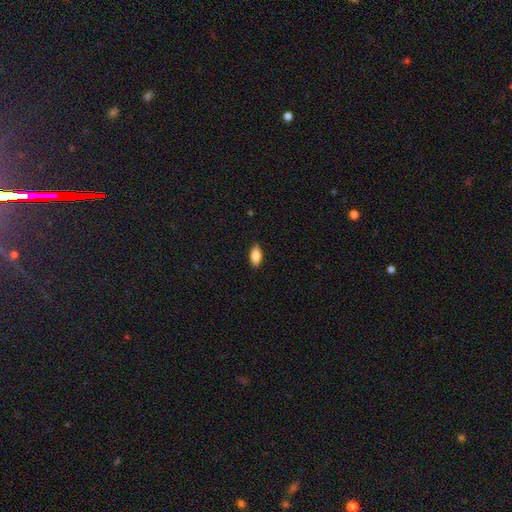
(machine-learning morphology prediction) The model was most divided on "smooth or featured": smooth: 82%, featured or disk: 11%, star or artifact: 7%. More confident: how rounded — in between (88%); merging — none (88%).